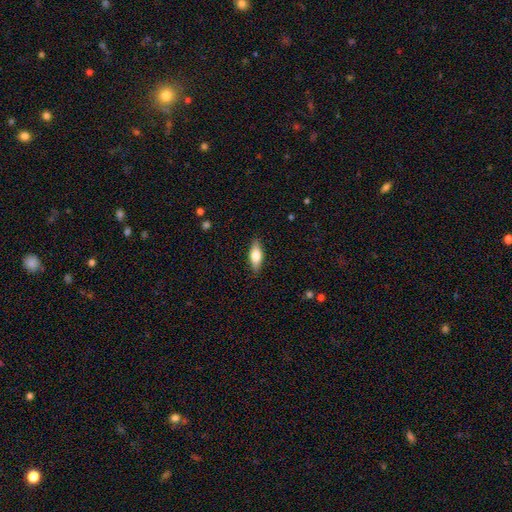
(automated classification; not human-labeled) smooth-or-featured: smooth: 64% | featured or disk: 29% | star or artifact: 6%
  how-rounded: in between: 68% | cigar-shaped: 29% | round: 3%
  merging: none: 87% | minor disturbance: 10% | major disturbance: 2% | merger: 1%